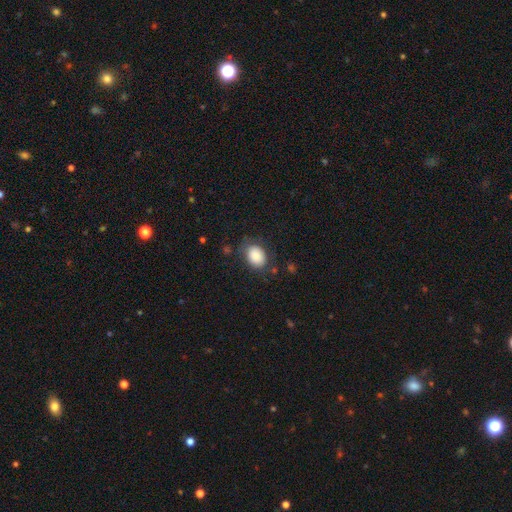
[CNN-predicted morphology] This appears to be a smooth galaxy with no disk features (86%) that is in between round and cigar-shaped (67%). Merging: none (76%).